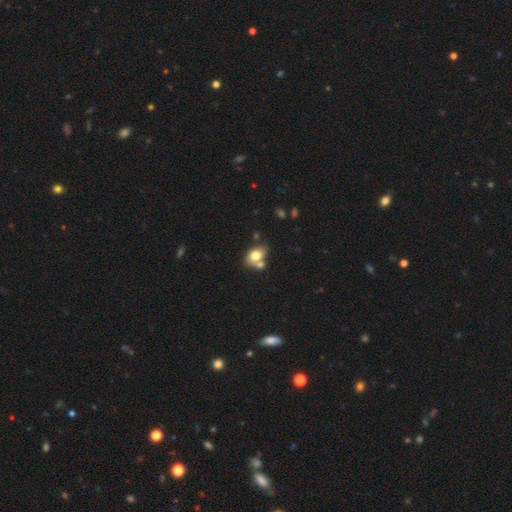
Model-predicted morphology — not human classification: A smooth galaxy with no disk features (74%) that is in between round and cigar-shaped (68%). Merging: none (46%).